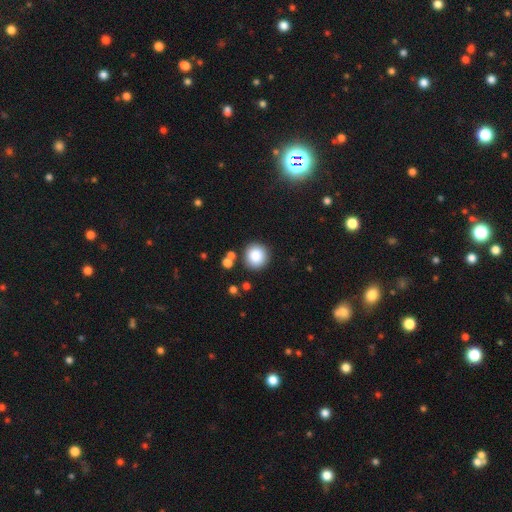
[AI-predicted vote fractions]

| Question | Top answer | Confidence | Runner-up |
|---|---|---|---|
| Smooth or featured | smooth | 86% | star or artifact (9%) |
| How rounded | round | 93% | in between (6%) |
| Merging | none | 84% | minor disturbance (8%) |